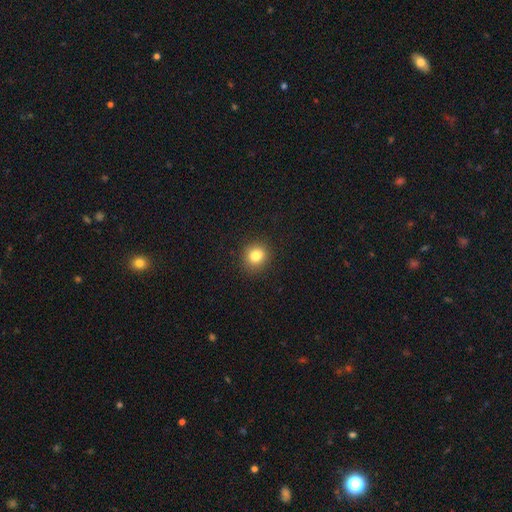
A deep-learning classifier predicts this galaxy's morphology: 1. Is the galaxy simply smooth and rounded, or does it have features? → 81% smooth, 12% star or artifact, 7% featured or disk.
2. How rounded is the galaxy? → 85% round, 14% in between, 1% cigar-shaped.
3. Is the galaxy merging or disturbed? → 90% none, 7% minor disturbance, 2% major disturbance, 1% merger.